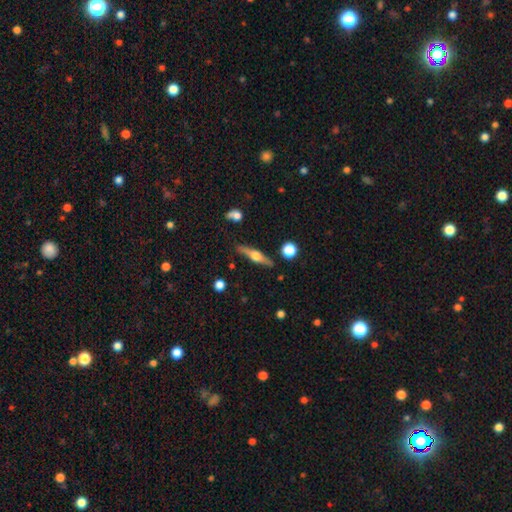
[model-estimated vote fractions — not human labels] Smooth or featured: featured or disk — 69% (smooth — 25%)
Edge-on disk: yes — 96% (no — 4%)
Edge-on bulge: rounded — 94% (boxy — 4%)
Merging: none — 86% (minor disturbance — 9%)